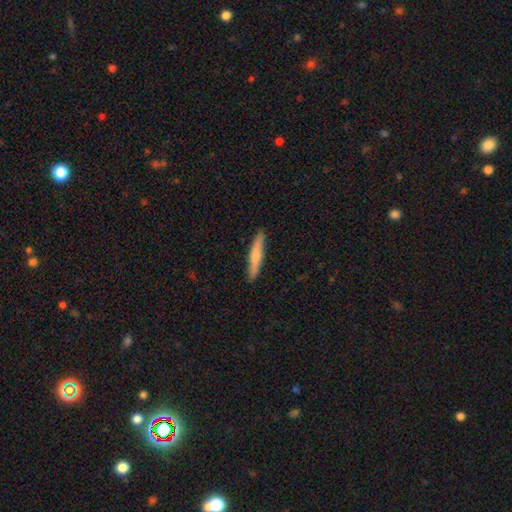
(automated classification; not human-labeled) This appears to be a smooth galaxy with no disk features (59%) that is cigar-shaped (92%). Merging: none (89%).